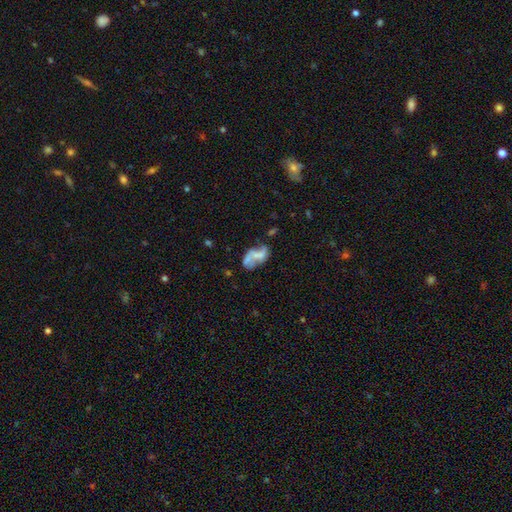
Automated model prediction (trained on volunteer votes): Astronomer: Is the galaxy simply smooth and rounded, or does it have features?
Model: featured or disk — 58%.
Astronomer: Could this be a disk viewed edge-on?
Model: no — 96%.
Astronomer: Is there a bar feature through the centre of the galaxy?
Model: no — 61%.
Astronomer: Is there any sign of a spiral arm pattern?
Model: no — 51% (runner-up: yes, 49%).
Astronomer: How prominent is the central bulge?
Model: none — 50% (runner-up: small, 28%).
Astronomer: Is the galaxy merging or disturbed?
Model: none — 35% (runner-up: merger, 23%).